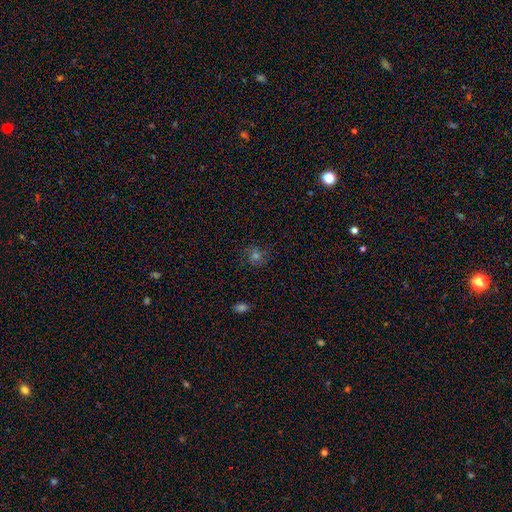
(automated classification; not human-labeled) Smooth or featured? smooth (40%)
Merging? none (79%)